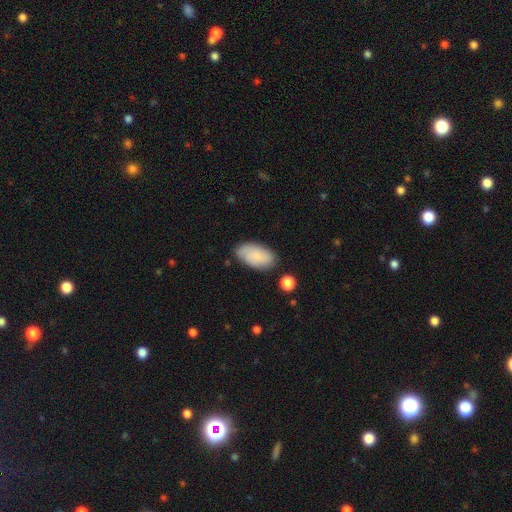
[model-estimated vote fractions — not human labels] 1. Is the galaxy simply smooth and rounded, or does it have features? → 79% smooth, 14% featured or disk, 6% star or artifact.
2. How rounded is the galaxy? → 94% in between, 3% round, 3% cigar-shaped.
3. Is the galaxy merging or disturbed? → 76% none, 17% minor disturbance, 4% major disturbance, 3% merger.